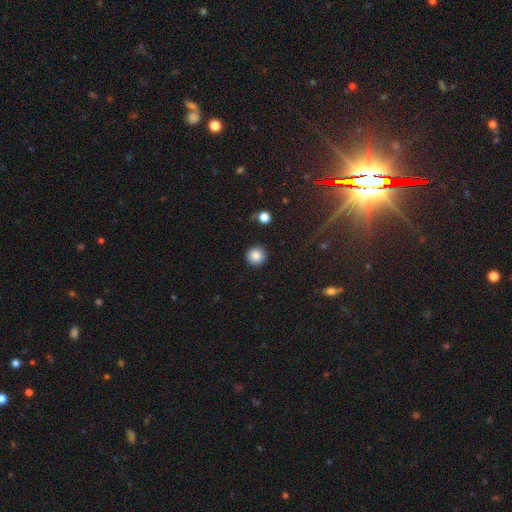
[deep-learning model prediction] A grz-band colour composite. It shows a smooth galaxy with no disk features (86%) that is round (95%). Merging: none (91%).